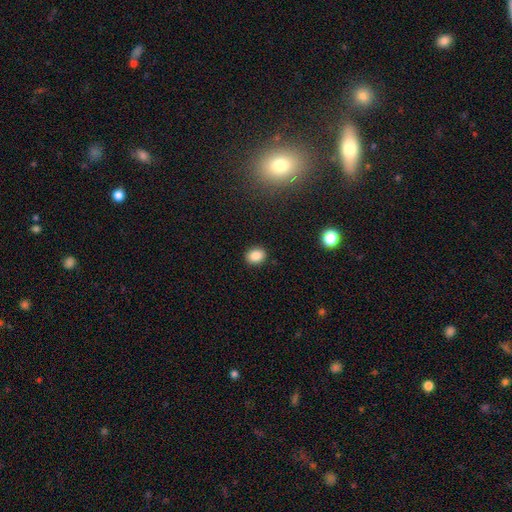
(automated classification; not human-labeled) Q: Smooth or featured?
A: smooth (85%); runner-up: star or artifact (10%)
Q: How rounded?
A: in between (53%); runner-up: round (46%)
Q: Merging?
A: none (90%); runner-up: minor disturbance (7%)